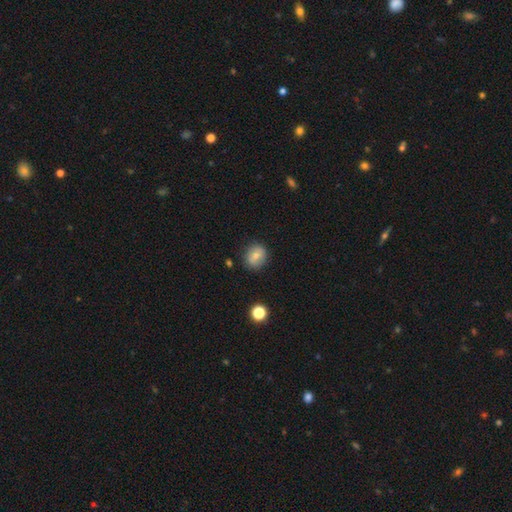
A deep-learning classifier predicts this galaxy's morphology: smooth_or_featured: smooth (p=0.75) [alt: featured or disk p=0.15]
how_rounded: round (p=0.64) [alt: in between p=0.35]
merging: none (p=0.83) [alt: minor disturbance p=0.12]